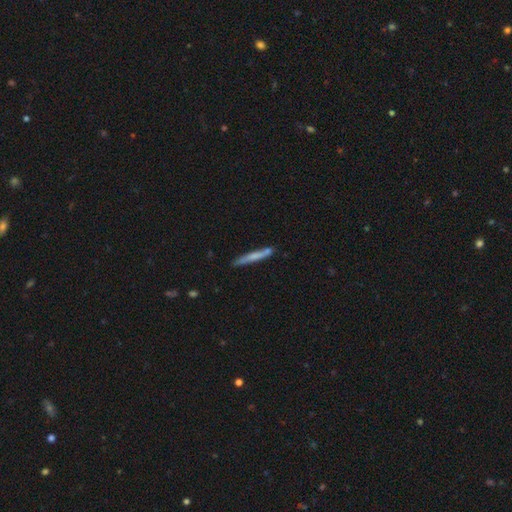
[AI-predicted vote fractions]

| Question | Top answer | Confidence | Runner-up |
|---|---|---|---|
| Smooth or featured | smooth | 60% | featured or disk (33%) |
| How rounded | cigar-shaped | 95% | in between (3%) |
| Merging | none | 79% | minor disturbance (13%) |